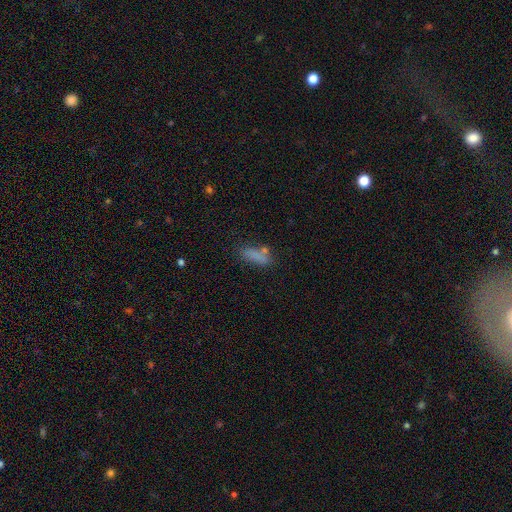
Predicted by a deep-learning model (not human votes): Overall: smooth (79%). How rounded: in between (54%; cigar-shaped 43%). Merging: none (66%).